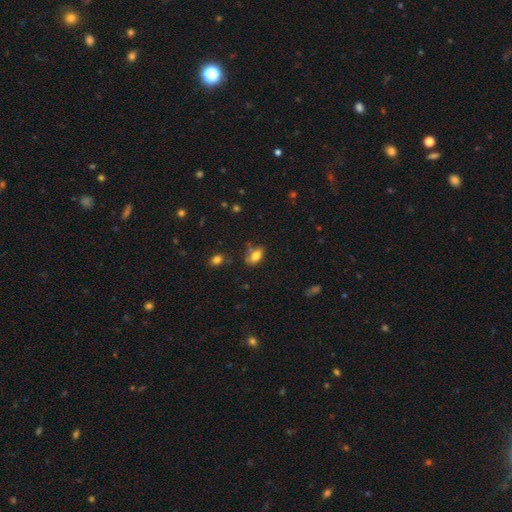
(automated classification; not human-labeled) A smooth galaxy with no disk features (78%) that is in between round and cigar-shaped (87%).

Vote fractions:
- Smooth or featured? smooth: 78% / featured or disk: 12% / star or artifact: 10%
- How rounded? in between: 87% / round: 9% / cigar-shaped: 4%
- Merging? none: 61% / minor disturbance: 21% / merger: 12% / major disturbance: 6%